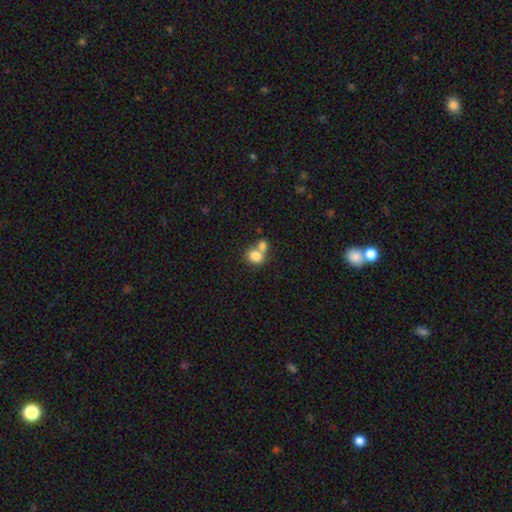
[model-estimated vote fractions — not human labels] A smooth galaxy with no disk features (81%) that is round (55%).

Vote fractions:
- Smooth or featured? smooth: 81% / featured or disk: 10% / star or artifact: 9%
- How rounded? round: 55% / in between: 44% / cigar-shaped: 1%
- Merging? merger: 54% / none: 35% / minor disturbance: 8% / major disturbance: 3%